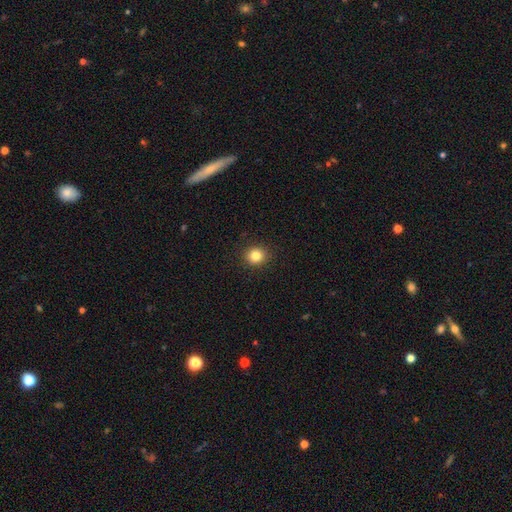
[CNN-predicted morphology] Q: Smooth or featured?
A: smooth (84%); runner-up: star or artifact (11%)
Q: How rounded?
A: round (87%); runner-up: in between (13%)
Q: Merging?
A: none (92%); runner-up: minor disturbance (6%)